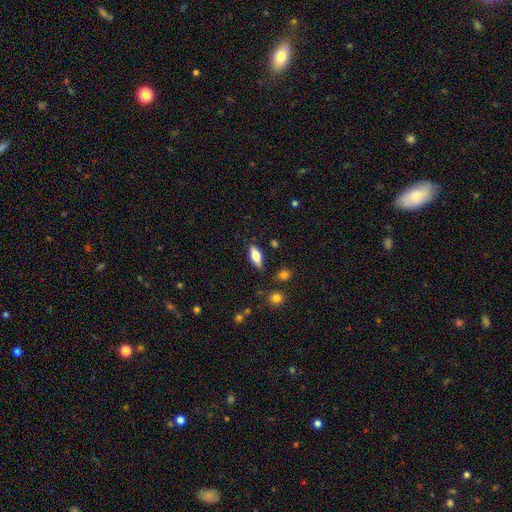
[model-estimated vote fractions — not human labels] smooth 58%, featured or disk 35%, star or artifact 7%. Down the decision tree: how rounded — in between (73%); merging — none (82%).